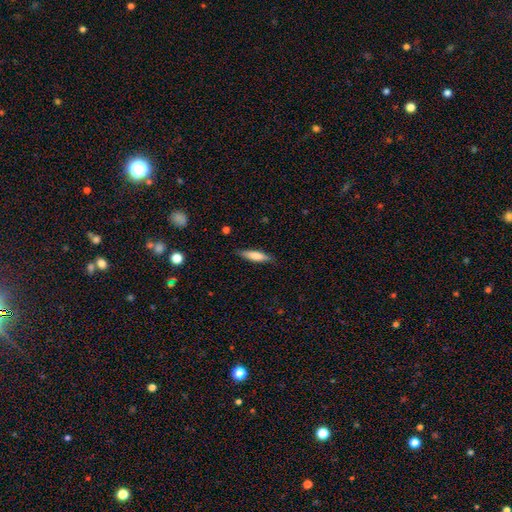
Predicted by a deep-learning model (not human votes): Smooth or featured? Predicted: smooth (p=0.74). How rounded? Predicted: cigar-shaped (p=0.73). Merging? Predicted: none (p=0.84).